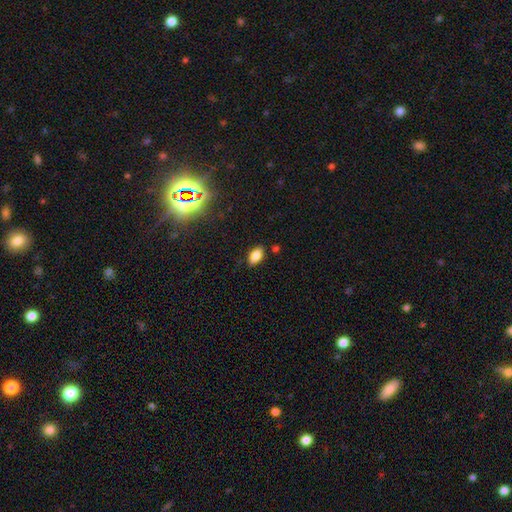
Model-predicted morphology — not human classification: A smooth galaxy with no disk features (83%) that is in between round and cigar-shaped (91%).

Vote fractions:
- Smooth or featured? smooth: 83% / star or artifact: 10% / featured or disk: 8%
- How rounded? in between: 91% / round: 4% / cigar-shaped: 4%
- Merging? none: 85% / minor disturbance: 11% / major disturbance: 2% / merger: 2%